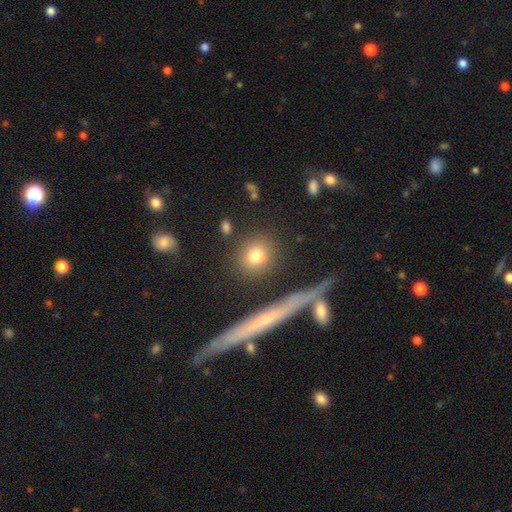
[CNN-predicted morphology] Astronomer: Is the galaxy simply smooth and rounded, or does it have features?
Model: smooth — 78%.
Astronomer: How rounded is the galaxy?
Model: round — 81%.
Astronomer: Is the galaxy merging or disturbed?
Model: none — 83%.